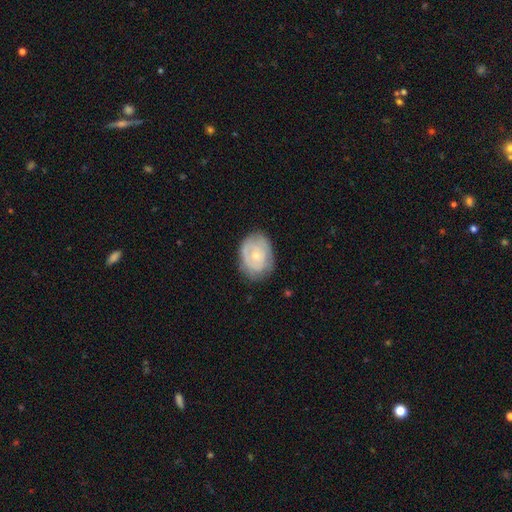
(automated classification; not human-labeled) Overall: featured or disk (56%; smooth 38%). Edge-on disk: no (96%). Bar: no (82%). Spiral arms: yes (57%; no 43%). Bulge size: small (60%; moderate 36%). Merging: none (71%).